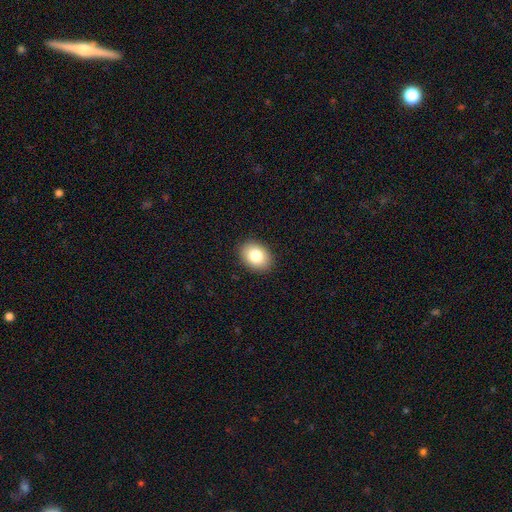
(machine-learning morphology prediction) This is clearly a smooth galaxy (83%). How rounded: likely in between (70%). Merging: clearly none (89%).